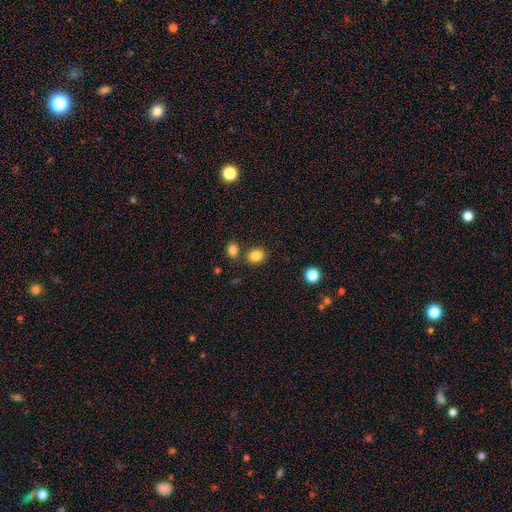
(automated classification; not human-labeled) Overall: smooth (84%). How rounded: round (58%; in between 41%). Merging: none (75%).